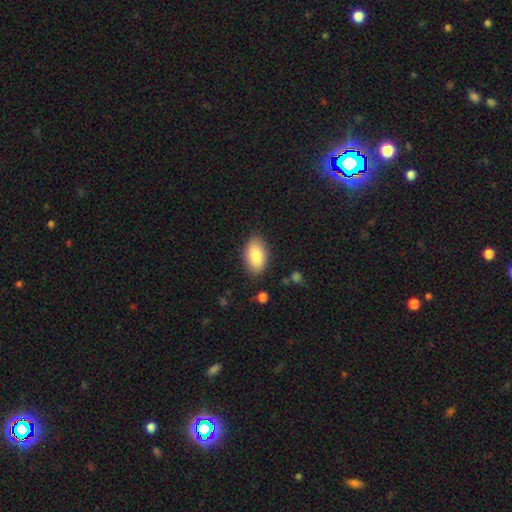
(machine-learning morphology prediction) Overall: smooth (85%). How rounded: in between (93%). Merging: none (83%).